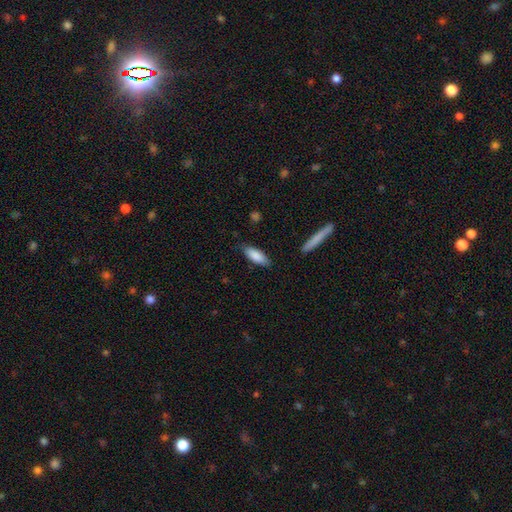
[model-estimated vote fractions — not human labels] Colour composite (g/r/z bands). It shows a smooth galaxy with no disk features (85%) that is in between round and cigar-shaped (71%). Merging: none (79%).